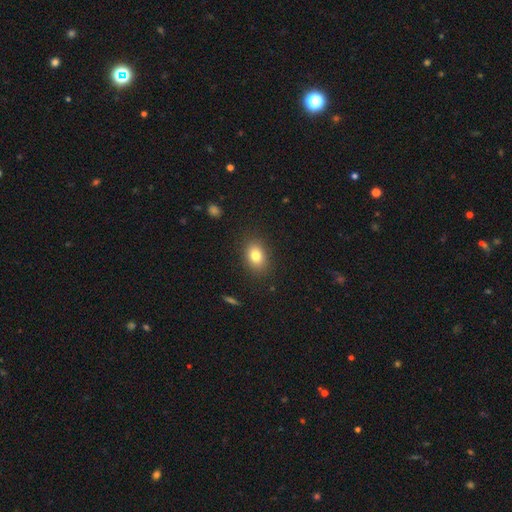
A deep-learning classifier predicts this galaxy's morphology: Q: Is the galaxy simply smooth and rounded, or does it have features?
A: smooth — 80%.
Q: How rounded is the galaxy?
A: in between — 71%.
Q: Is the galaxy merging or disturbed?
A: none — 87%.